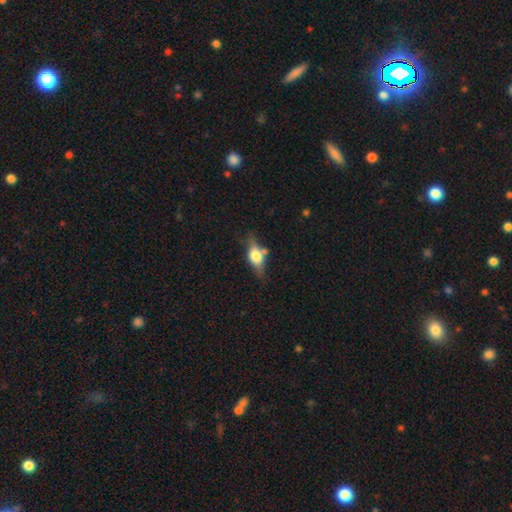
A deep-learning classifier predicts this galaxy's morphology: smooth_or_featured: smooth (p=0.49) [alt: featured or disk p=0.43]
merging: none (p=0.61) [alt: minor disturbance p=0.23]